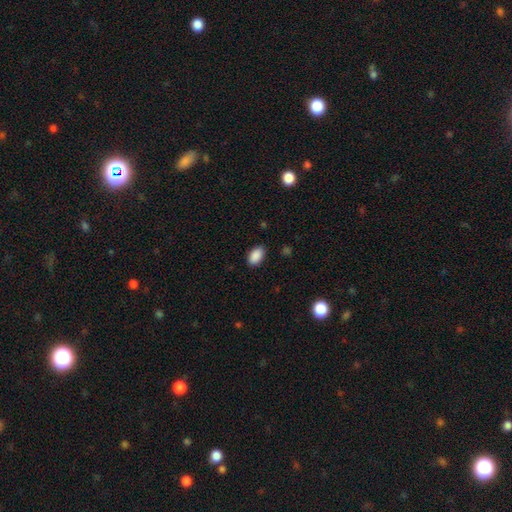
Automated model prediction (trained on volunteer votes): smooth 90%, star or artifact 7%, featured or disk 3%. Down the decision tree: how rounded — in between (91%); merging — none (85%).